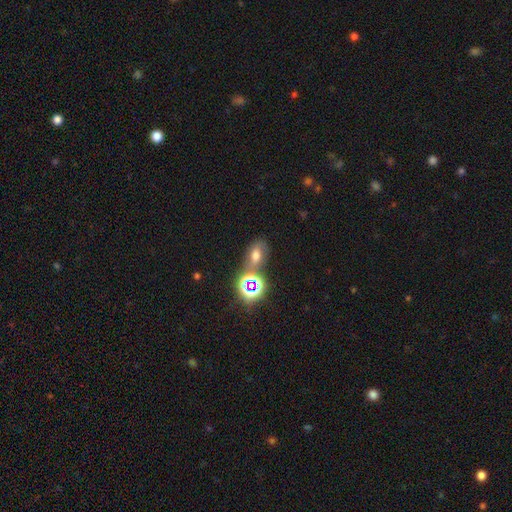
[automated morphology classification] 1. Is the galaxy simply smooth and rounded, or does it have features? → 54% smooth, 29% star or artifact, 16% featured or disk.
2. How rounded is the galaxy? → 76% in between, 22% round, 2% cigar-shaped.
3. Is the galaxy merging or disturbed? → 53% none, 23% merger, 16% minor disturbance, 8% major disturbance.